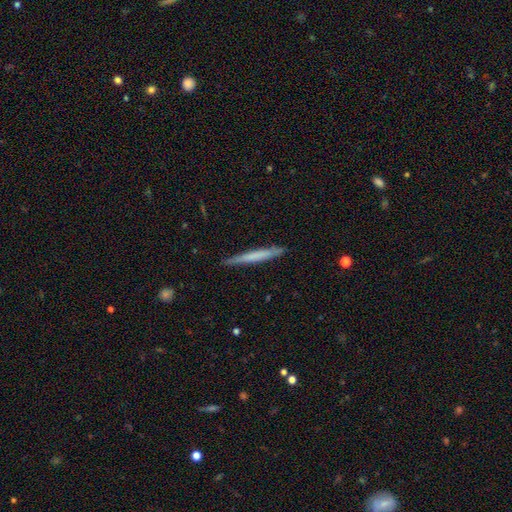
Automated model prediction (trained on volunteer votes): The model was most divided on "smooth or featured": smooth: 57%, featured or disk: 37%, star or artifact: 6%. More confident: how rounded — cigar-shaped (97%); merging — none (87%).